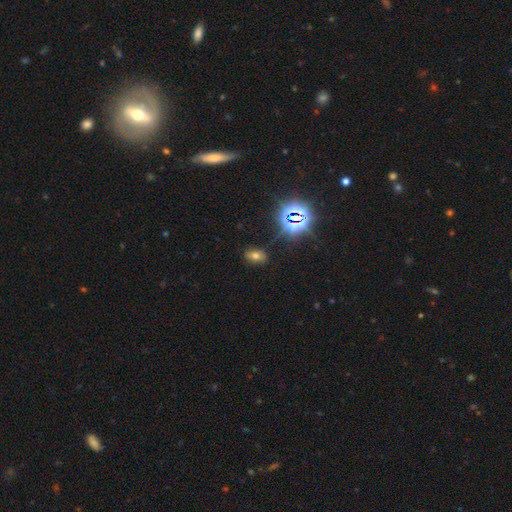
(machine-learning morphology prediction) smooth_or_featured: smooth (p=0.55) [alt: star or artifact p=0.32]
how_rounded: in between (p=0.85) [alt: round p=0.12]
merging: none (p=0.81) [alt: minor disturbance p=0.13]